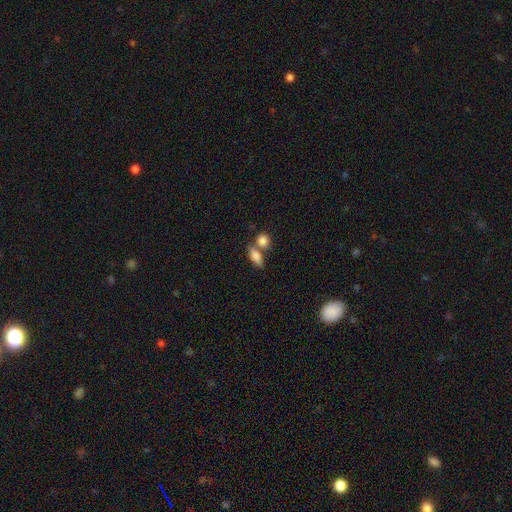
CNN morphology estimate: Overall: smooth (79%). How rounded: in between (71%). Merging: none (48%; merger 37%).